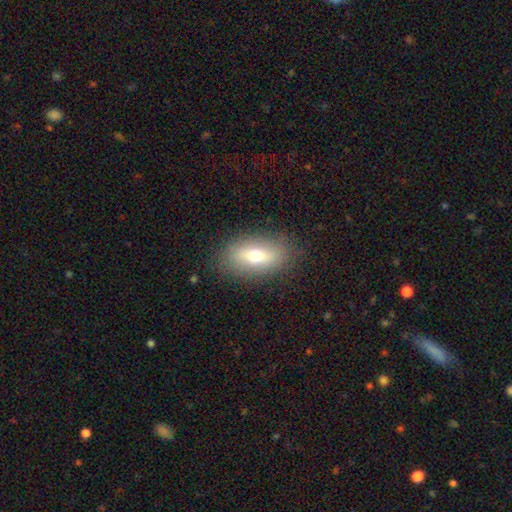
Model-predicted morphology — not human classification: The model was most divided on "smooth or featured": smooth: 65%, featured or disk: 26%, star or artifact: 9%. More confident: merging — none (86%); how rounded — in between (83%).